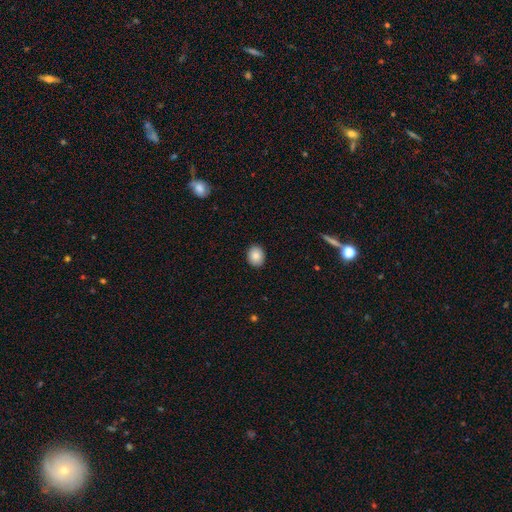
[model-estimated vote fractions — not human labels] Smooth or featured? smooth (87%)
How rounded? round (50%)
Merging? none (90%)